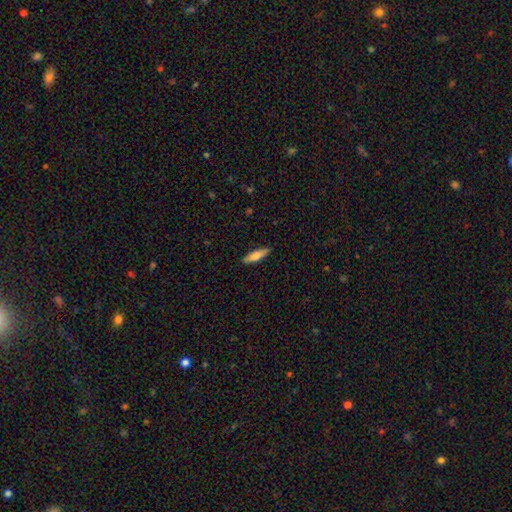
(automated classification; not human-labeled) Smooth or featured: smooth — 71% (featured or disk — 23%)
How rounded: cigar-shaped — 67% (in between — 32%)
Merging: none — 89% (minor disturbance — 8%)